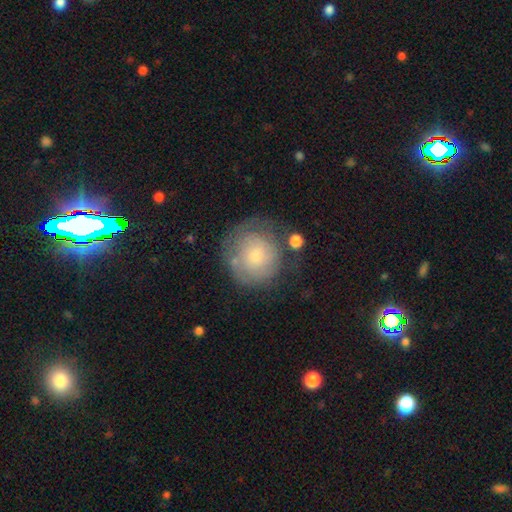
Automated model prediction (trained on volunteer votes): Overall: smooth (56%; featured or disk 37%). How rounded: round (91%). Merging: none (59%; minor disturbance 22%).